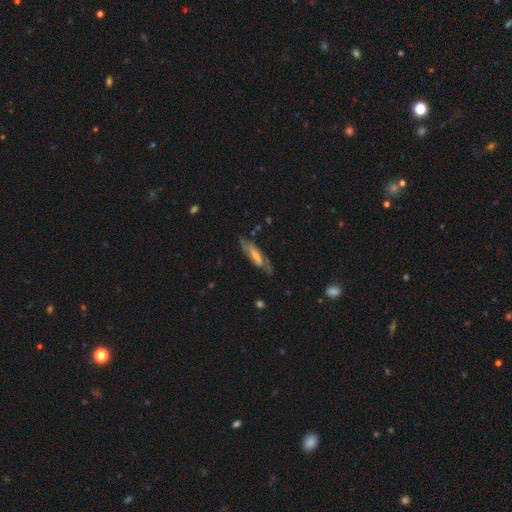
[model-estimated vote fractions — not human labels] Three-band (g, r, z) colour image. It shows a featured or disk galaxy (69%). Merging: none (72%).